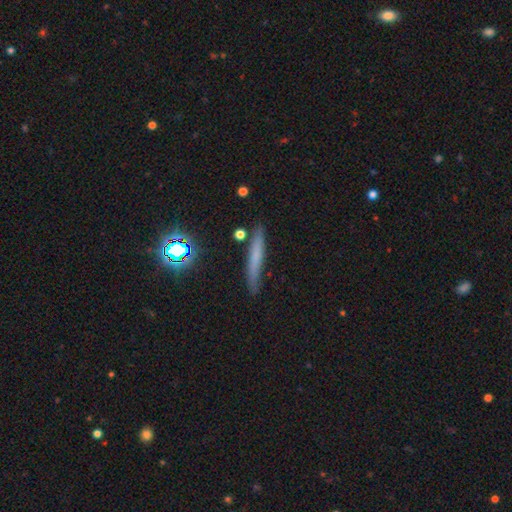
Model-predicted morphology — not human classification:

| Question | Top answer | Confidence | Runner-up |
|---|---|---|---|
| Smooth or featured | smooth | 59% | featured or disk (28%) |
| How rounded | cigar-shaped | 93% | in between (4%) |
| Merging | none | 83% | minor disturbance (12%) |